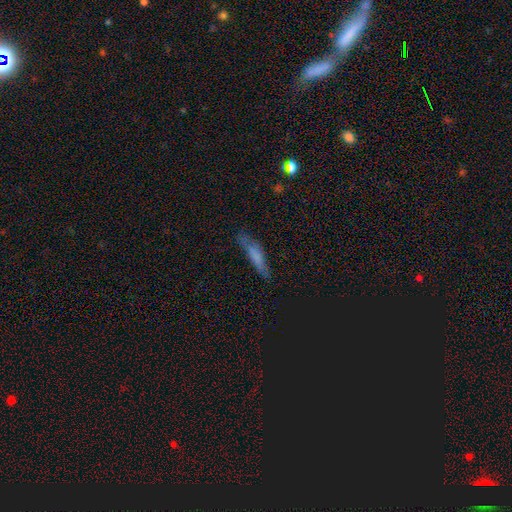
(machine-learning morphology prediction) Smooth or featured: smooth — 63% (featured or disk — 27%)
How rounded: cigar-shaped — 80% (in between — 18%)
Merging: none — 66% (minor disturbance — 24%)